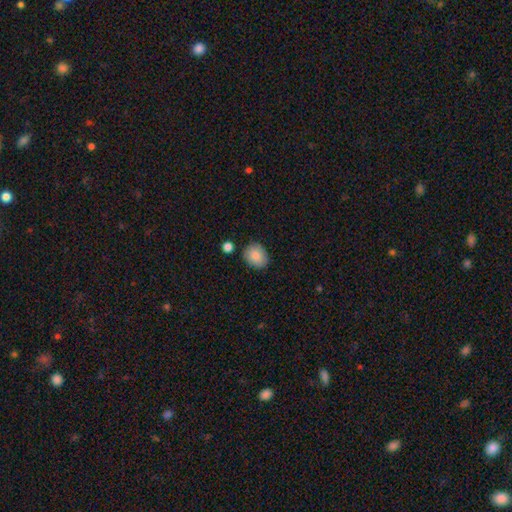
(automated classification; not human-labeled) smooth-or-featured: smooth: 85% | featured or disk: 8% | star or artifact: 7%
  how-rounded: round: 52% | in between: 47% | cigar-shaped: 1%
  merging: none: 81% | minor disturbance: 13% | merger: 4% | major disturbance: 3%